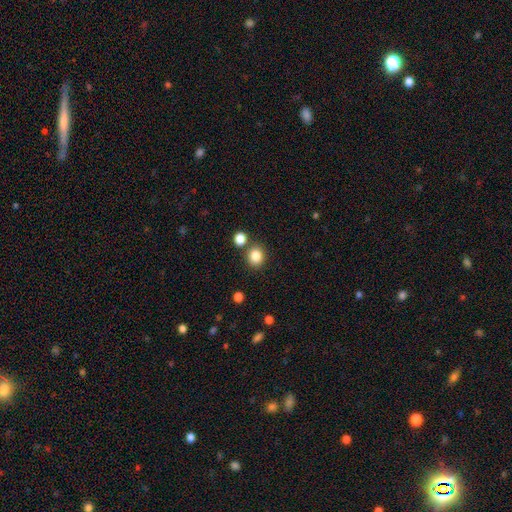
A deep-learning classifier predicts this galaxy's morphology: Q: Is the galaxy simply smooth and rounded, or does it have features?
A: smooth — 84%.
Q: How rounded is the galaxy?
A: round — 77%.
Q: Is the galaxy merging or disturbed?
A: none — 76%.